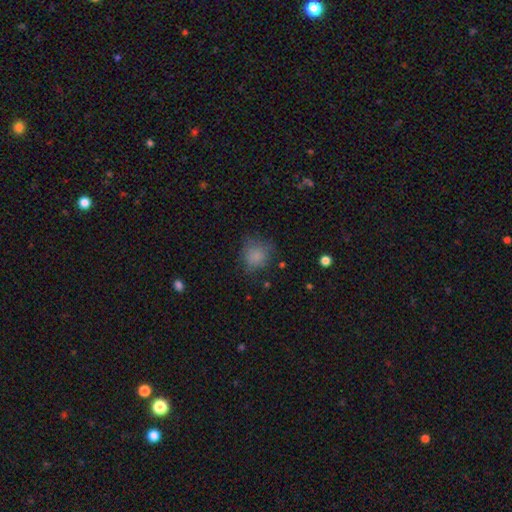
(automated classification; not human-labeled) This appears to be a smooth galaxy with no disk features (80%) that is round (80%). Merging: none (64%).